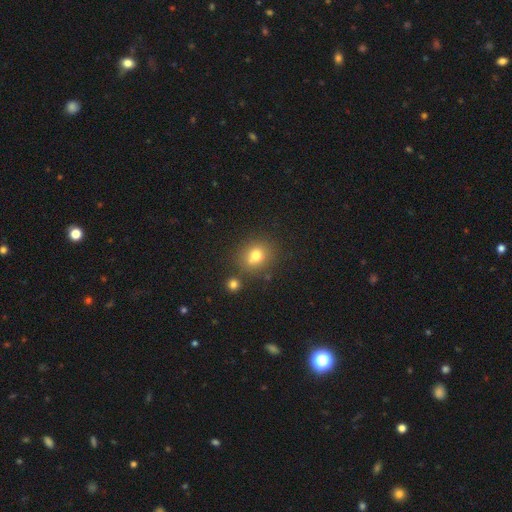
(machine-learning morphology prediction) Overall: smooth (76%). How rounded: round (68%; in between 31%). Merging: none (72%).